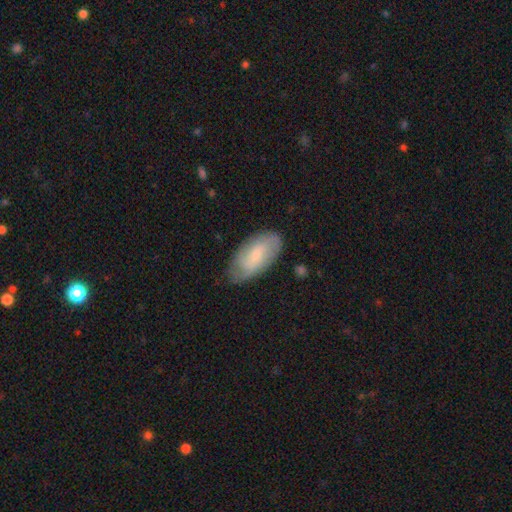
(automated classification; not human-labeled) Morphology: type=smooth (48%); merging=none (72%).